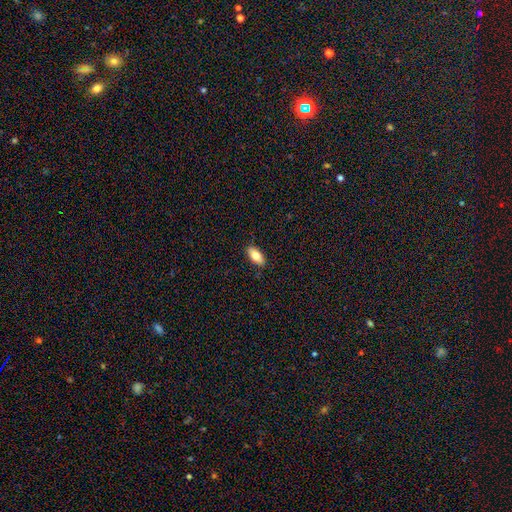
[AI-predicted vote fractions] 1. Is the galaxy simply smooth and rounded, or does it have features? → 78% smooth, 15% featured or disk, 7% star or artifact.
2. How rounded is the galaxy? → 89% in between, 8% cigar-shaped, 3% round.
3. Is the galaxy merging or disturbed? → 89% none, 9% minor disturbance, 2% major disturbance, 1% merger.